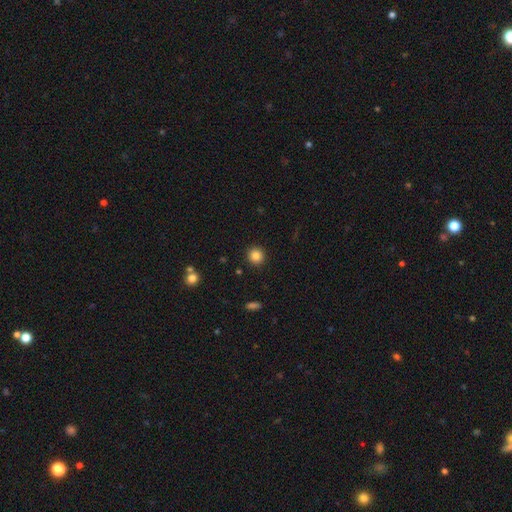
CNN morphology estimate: This is clearly a smooth galaxy (85%). How rounded: clearly round (92%). Merging: clearly none (91%).